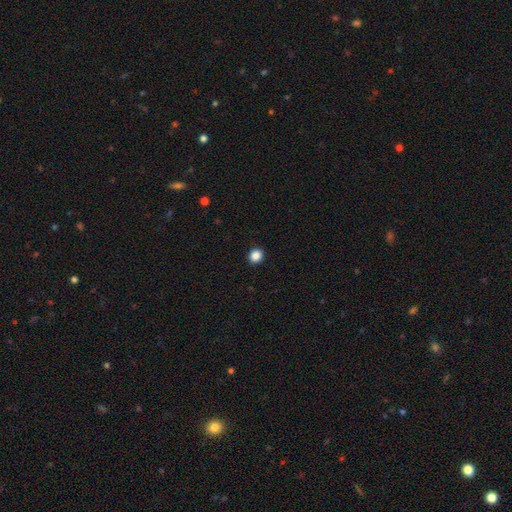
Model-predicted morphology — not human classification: type=smooth (87%); roundness=round (82%); merging=none (92%).